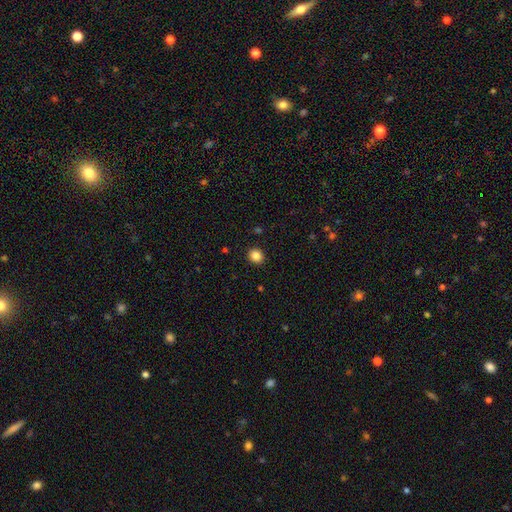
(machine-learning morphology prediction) smooth-or-featured: smooth: 85% | star or artifact: 10% | featured or disk: 4%
  how-rounded: round: 78% | in between: 21% | cigar-shaped: 1%
  merging: none: 92% | minor disturbance: 5% | major disturbance: 2% | merger: 1%